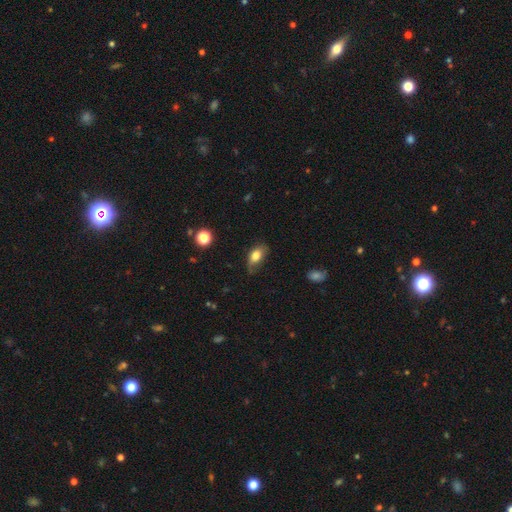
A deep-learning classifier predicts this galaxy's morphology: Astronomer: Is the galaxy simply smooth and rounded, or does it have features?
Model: smooth — 76%.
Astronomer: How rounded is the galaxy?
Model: in between — 88%.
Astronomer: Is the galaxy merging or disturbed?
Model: none — 58%.